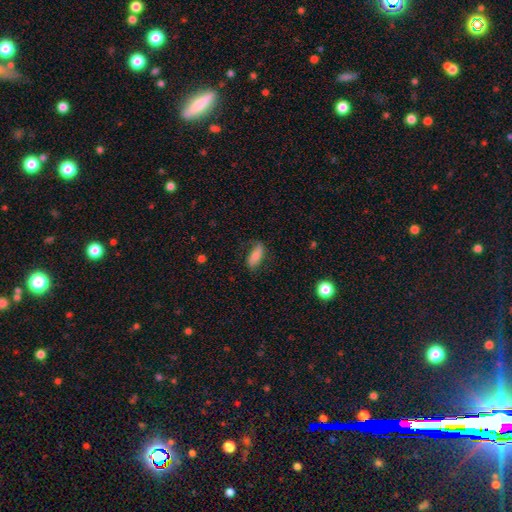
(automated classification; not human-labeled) Overall: smooth (74%). How rounded: in between (71%). Merging: none (73%).